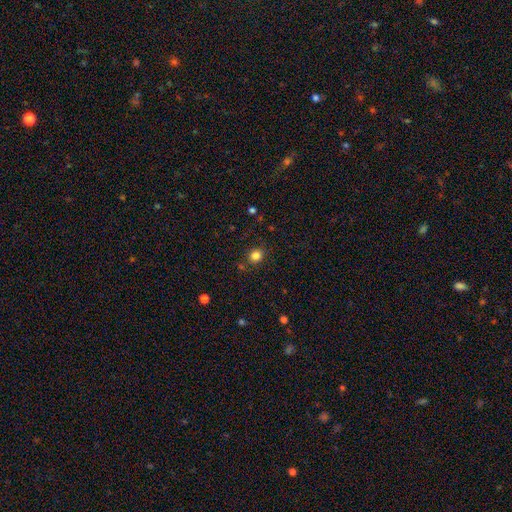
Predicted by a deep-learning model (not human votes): This appears to be a smooth galaxy with no disk features (82%) that is round (82%). Merging: none (85%).